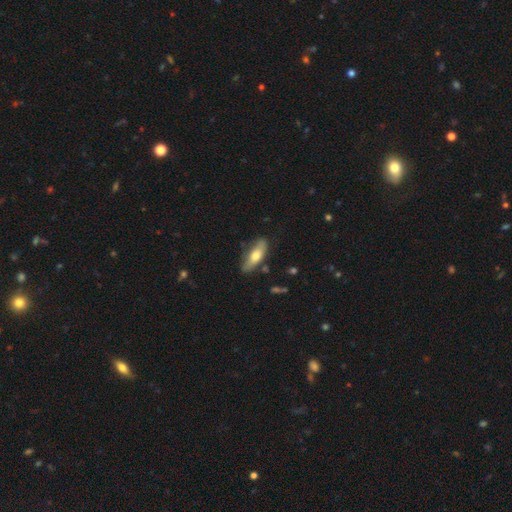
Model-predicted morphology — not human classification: Smooth or featured? smooth (63%)
How rounded? in between (62%)
Merging? none (74%)